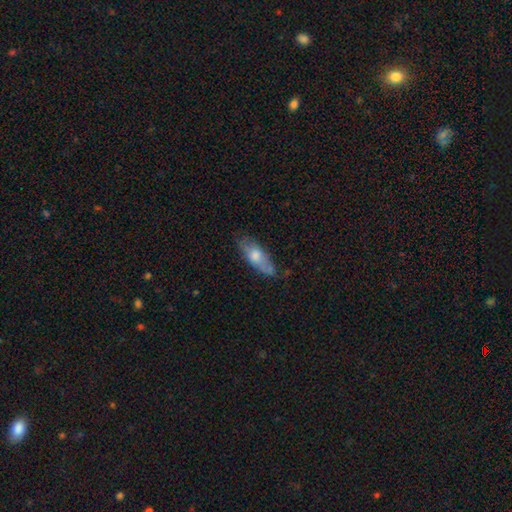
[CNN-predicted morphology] smooth-or-featured: smooth: 62% | featured or disk: 31% | star or artifact: 7%
  how-rounded: in between: 61% | cigar-shaped: 37% | round: 2%
  merging: none: 68% | minor disturbance: 24% | major disturbance: 5% | merger: 3%